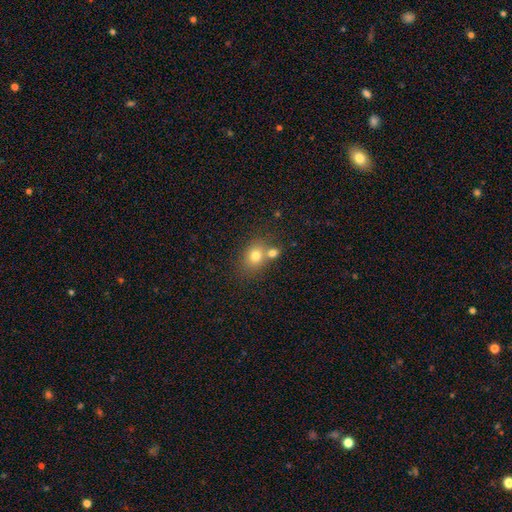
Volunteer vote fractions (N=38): This is clearly a smooth galaxy (84%). How rounded: possibly in between (59%). Merging: marginally none (42%).